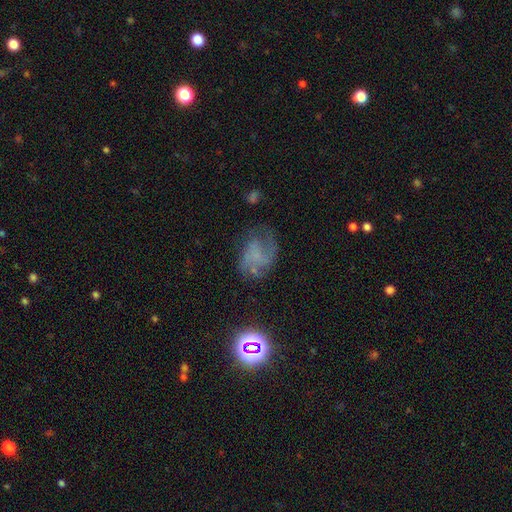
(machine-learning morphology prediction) smooth_or_featured: featured or disk (p=0.56) [alt: smooth p=0.27]
disk_edge_on: no (p=0.97) [alt: yes p=0.03]
bar: no (p=0.73) [alt: weak p=0.22]
has_spiral_arms: yes (p=0.75) [alt: no p=0.25]
bulge_size: none (p=0.70) [alt: small p=0.16]
merging: none (p=0.50) [alt: major disturbance p=0.24]